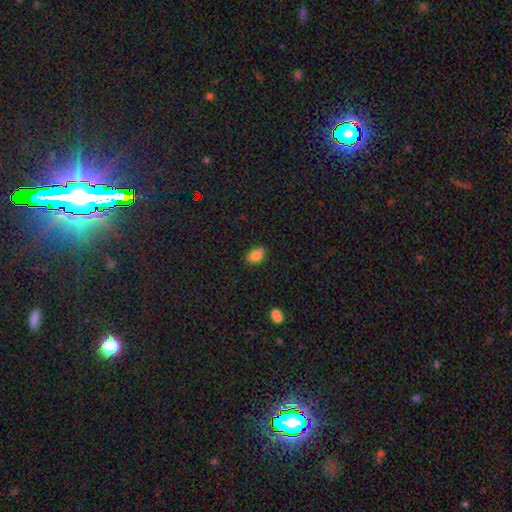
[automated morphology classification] A smooth galaxy with no disk features (82%) that is in between round and cigar-shaped (75%). Merging: none (64%).